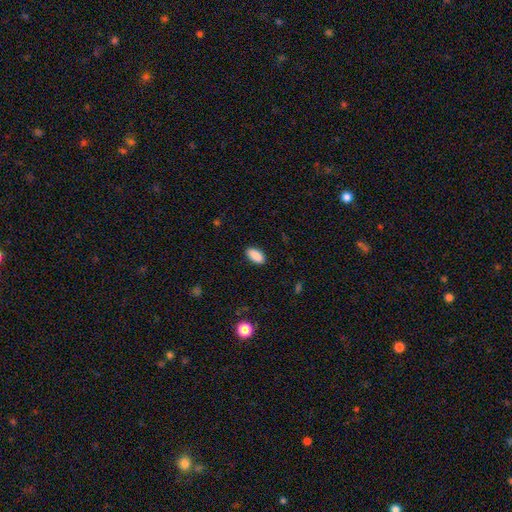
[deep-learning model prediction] This is clearly a smooth galaxy (90%). How rounded: clearly in between (90%). Merging: clearly none (88%).